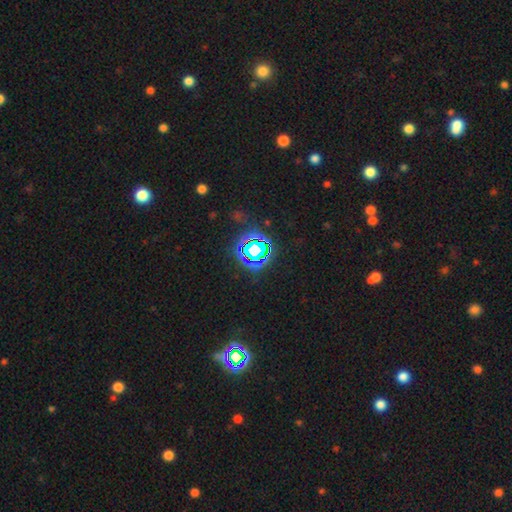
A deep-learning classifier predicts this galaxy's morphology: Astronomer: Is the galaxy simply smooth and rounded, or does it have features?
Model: star or artifact — 73%.